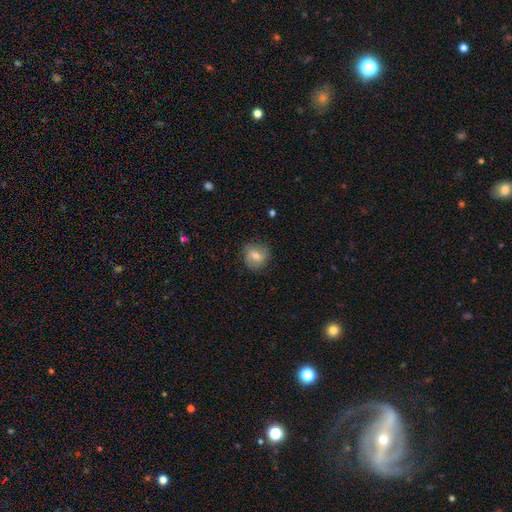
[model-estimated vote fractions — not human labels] smooth_or_featured: smooth (p=0.61) [alt: featured or disk p=0.29]
how_rounded: round (p=0.82) [alt: in between p=0.17]
merging: none (p=0.78) [alt: minor disturbance p=0.16]